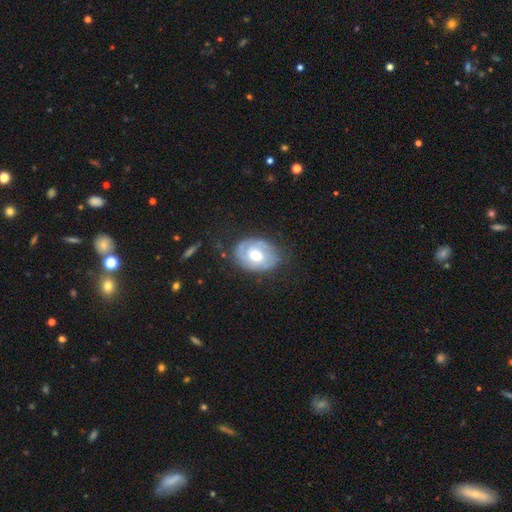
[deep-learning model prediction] Q: Smooth or featured?
A: featured or disk (62%); runner-up: smooth (32%)
Q: Edge-on disk?
A: no (95%); runner-up: yes (5%)
Q: Bar?
A: no (64%); runner-up: weak (29%)
Q: Spiral arms?
A: yes (70%); runner-up: no (30%)
Q: Bulge size?
A: moderate (75%); runner-up: large (13%)
Q: Merging?
A: none (67%); runner-up: minor disturbance (23%)